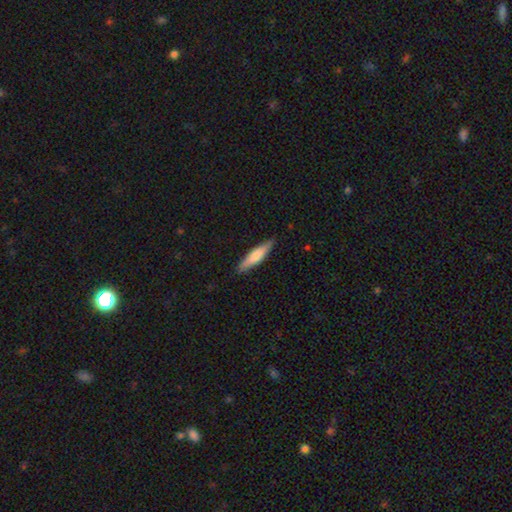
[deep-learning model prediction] A smooth galaxy with no disk features (70%) that is cigar-shaped (78%). Merging: none (86%).